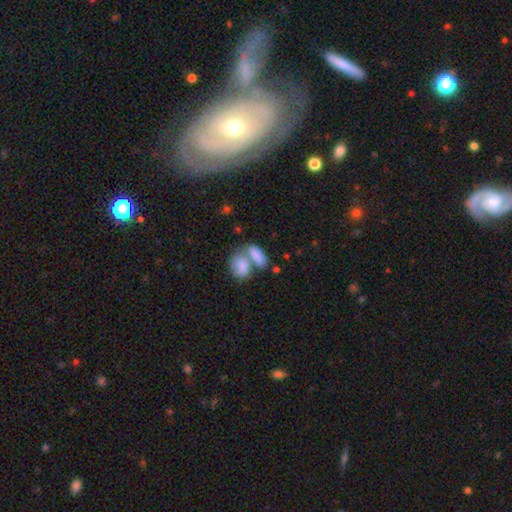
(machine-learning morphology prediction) Smooth or featured: smooth — 81% (featured or disk — 12%)
How rounded: in between — 87% (round — 7%)
Merging: merger — 63% (none — 24%)